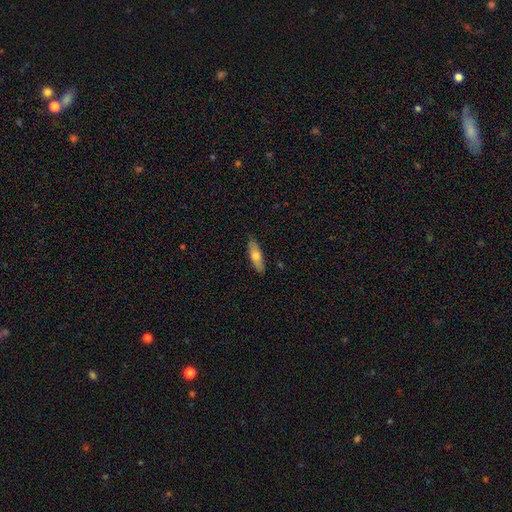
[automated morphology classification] Smooth or featured? Predicted: smooth (p=0.68). How rounded? Predicted: in between (p=0.50). Merging? Predicted: none (p=0.87).